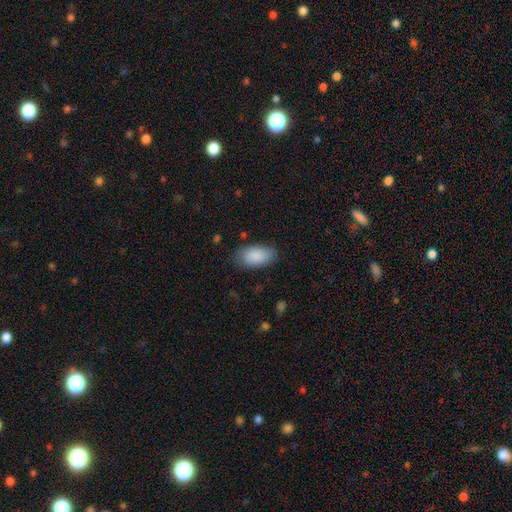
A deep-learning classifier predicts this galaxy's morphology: Smooth or featured: smooth — 89% (star or artifact — 6%)
How rounded: in between — 94% (round — 3%)
Merging: none — 79% (minor disturbance — 16%)